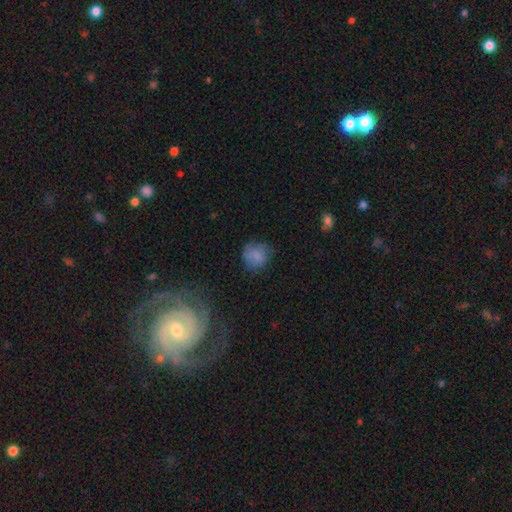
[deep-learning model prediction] This is likely a smooth galaxy (77%). How rounded: likely round (77%). Merging: possibly none (58%).